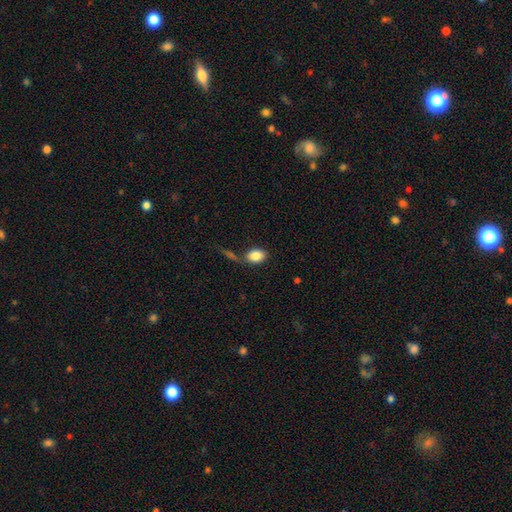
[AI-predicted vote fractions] smooth 86%, star or artifact 7%, featured or disk 7%. Down the decision tree: how rounded — in between (80%); merging — none (61%).